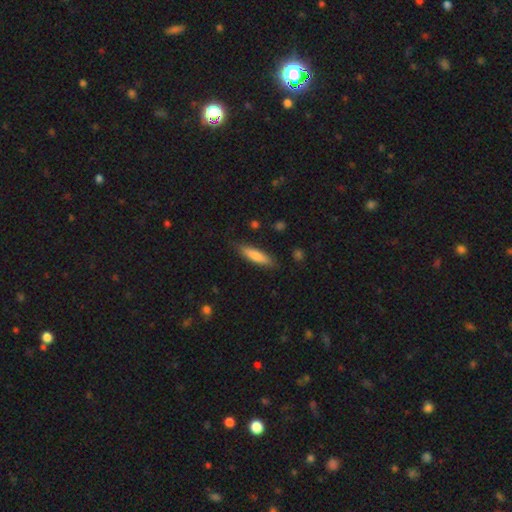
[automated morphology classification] Smooth or featured? Predicted: smooth (p=0.78). How rounded? Predicted: cigar-shaped (p=0.73). Merging? Predicted: none (p=0.83).